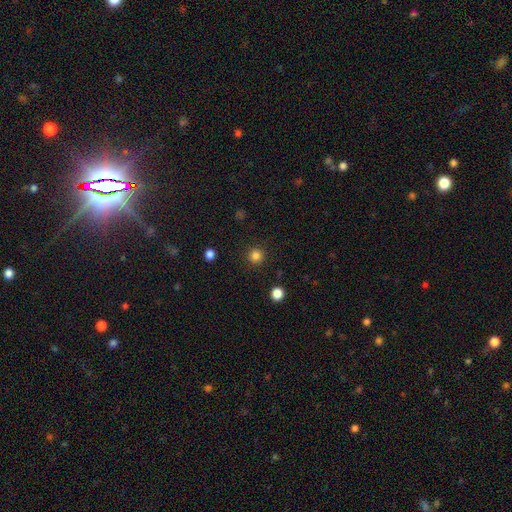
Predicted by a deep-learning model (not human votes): smooth_or_featured: smooth (p=0.83) [alt: star or artifact p=0.13]
how_rounded: round (p=0.96) [alt: in between p=0.03]
merging: none (p=0.92) [alt: minor disturbance p=0.05]